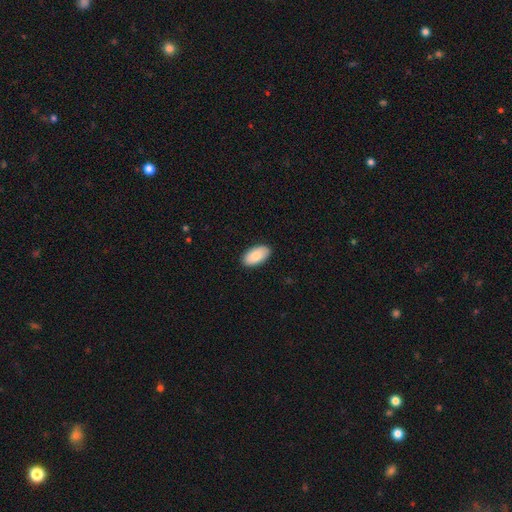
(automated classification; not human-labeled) smooth 86%, featured or disk 8%, star or artifact 6%. Down the decision tree: how rounded — in between (96%); merging — none (90%).